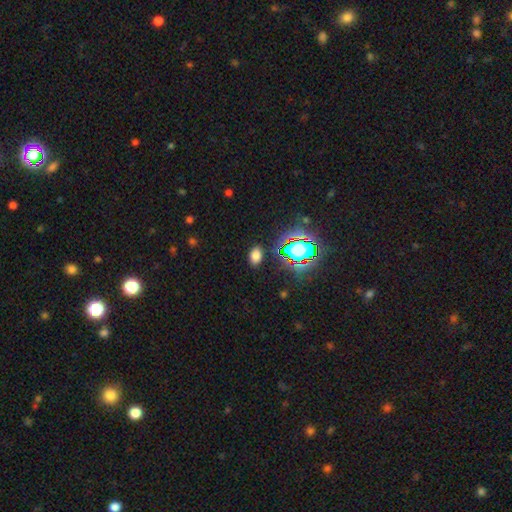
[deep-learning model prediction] The model was most divided on "smooth or featured": smooth: 71%, star or artifact: 22%, featured or disk: 7%. More confident: merging — none (86%); how rounded — in between (84%).